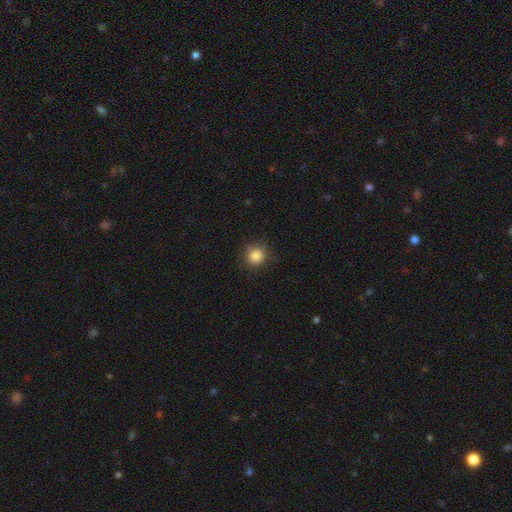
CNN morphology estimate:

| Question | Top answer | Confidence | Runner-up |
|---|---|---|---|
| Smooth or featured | smooth | 85% | star or artifact (11%) |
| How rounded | round | 86% | in between (13%) |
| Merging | none | 82% | minor disturbance (14%) |